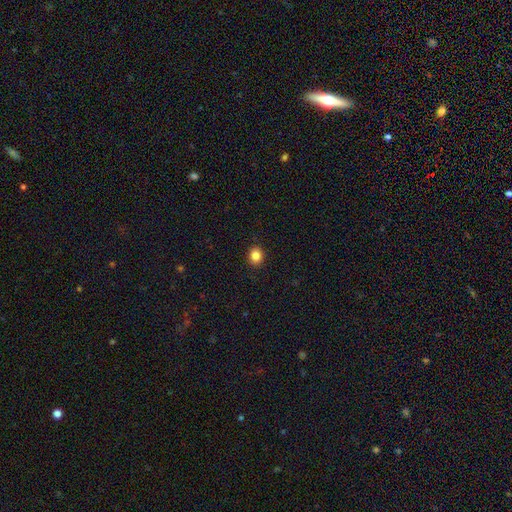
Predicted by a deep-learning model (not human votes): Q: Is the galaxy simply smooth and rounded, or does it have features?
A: smooth — 85%.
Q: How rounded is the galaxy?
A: round — 70%.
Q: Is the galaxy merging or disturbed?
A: none — 91%.